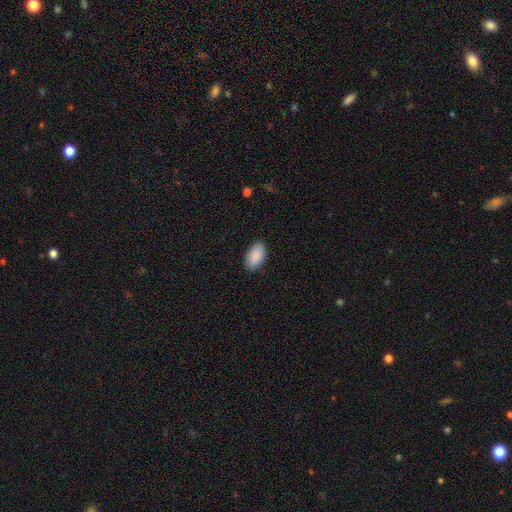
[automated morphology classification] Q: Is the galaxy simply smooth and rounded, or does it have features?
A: smooth — 89%.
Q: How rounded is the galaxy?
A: in between — 95%.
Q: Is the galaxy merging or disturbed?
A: none — 85%.